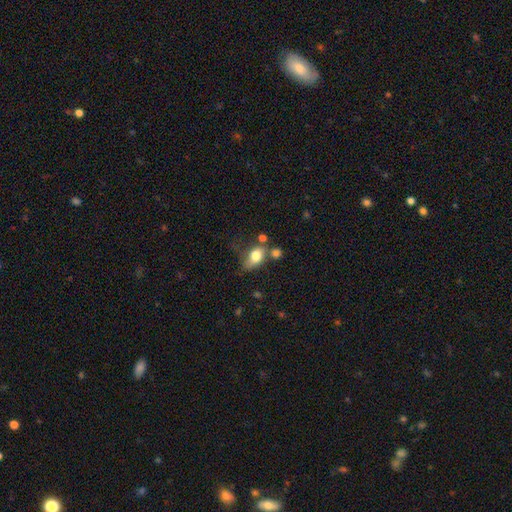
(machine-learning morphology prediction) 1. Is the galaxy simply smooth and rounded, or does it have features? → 77% smooth, 14% featured or disk, 9% star or artifact.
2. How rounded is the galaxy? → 79% in between, 18% round, 3% cigar-shaped.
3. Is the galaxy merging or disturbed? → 36% none, 25% minor disturbance, 21% merger, 18% major disturbance.